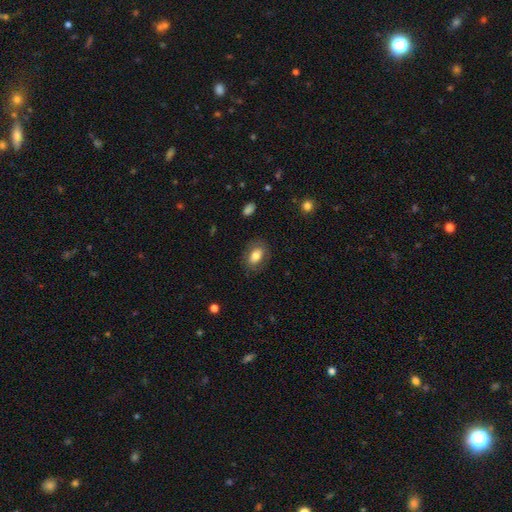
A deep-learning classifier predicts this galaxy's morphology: smooth 74%, featured or disk 18%, star or artifact 8%. Down the decision tree: how rounded — in between (85%); merging — none (80%).